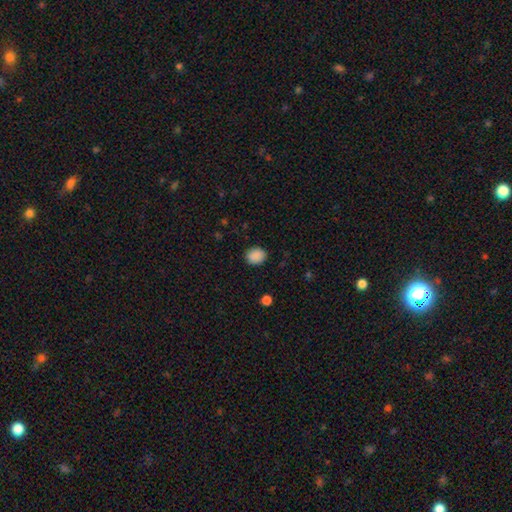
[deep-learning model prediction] This is clearly a smooth galaxy (89%). How rounded: possibly round (59%). Merging: clearly none (88%).